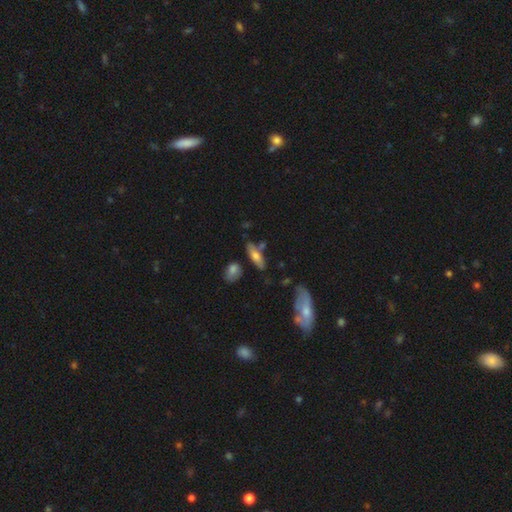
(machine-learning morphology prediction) Smooth or featured?
  - smooth: 62% *
  - featured or disk: 30%
  - star or artifact: 8%
How rounded?
  - in between: 51% *
  - cigar-shaped: 45%
  - round: 4%
Merging?
  - none: 62% *
  - minor disturbance: 19%
  - merger: 12%
  - major disturbance: 6%